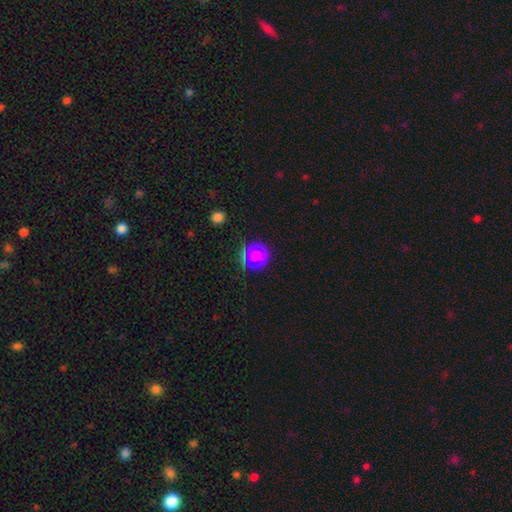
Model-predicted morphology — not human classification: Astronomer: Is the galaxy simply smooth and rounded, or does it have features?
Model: smooth — 70%.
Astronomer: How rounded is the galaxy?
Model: round — 90%.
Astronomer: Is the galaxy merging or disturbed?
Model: none — 83%.